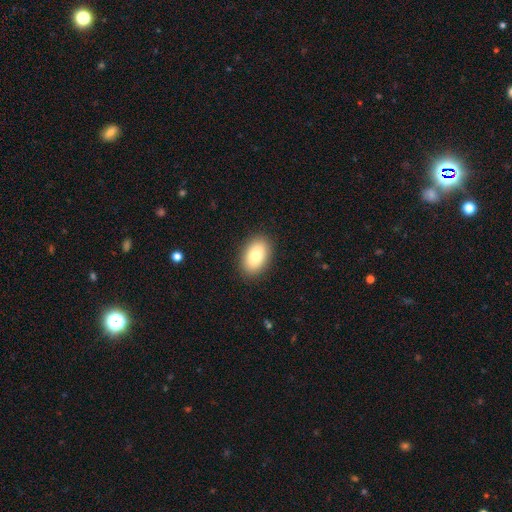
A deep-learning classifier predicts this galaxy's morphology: smooth_or_featured: smooth (p=0.80) [alt: featured or disk p=0.12]
how_rounded: in between (p=0.90) [alt: round p=0.08]
merging: none (p=0.88) [alt: minor disturbance p=0.08]